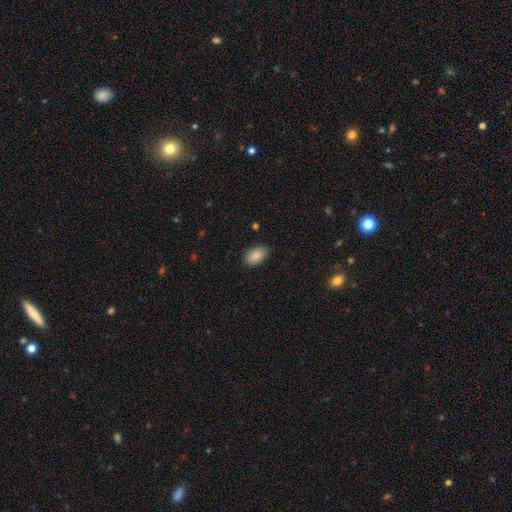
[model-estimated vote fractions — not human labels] Overall: smooth (87%). How rounded: in between (91%). Merging: none (86%).